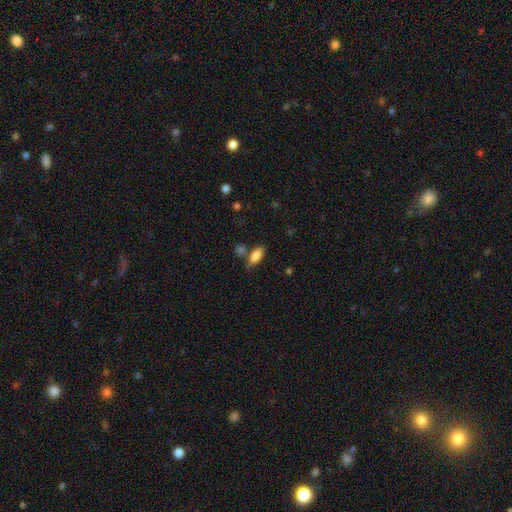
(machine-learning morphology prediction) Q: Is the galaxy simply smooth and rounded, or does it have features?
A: smooth — 83%.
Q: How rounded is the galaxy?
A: in between — 81%.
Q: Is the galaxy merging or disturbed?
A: none — 66%.